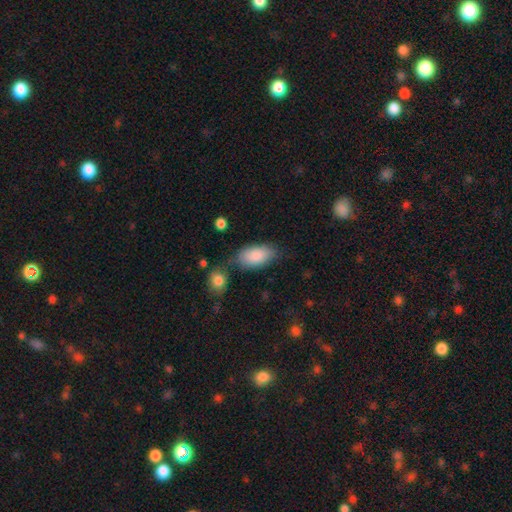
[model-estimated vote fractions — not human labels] This appears to be a smooth galaxy with no disk features (87%) that is in between round and cigar-shaped (94%). Merging: none (64%).